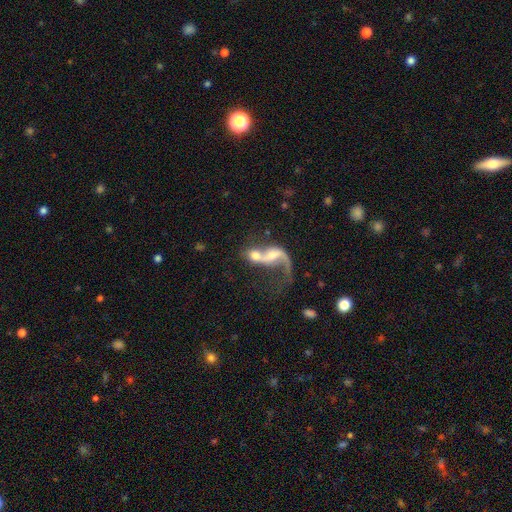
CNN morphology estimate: Smooth or featured?
  - featured or disk: 66% *
  - smooth: 26%
  - star or artifact: 9%
Edge-on disk?
  - no: 95% *
  - yes: 5%
Bar?
  - no: 51% *
  - weak: 33%
  - strong: 15%
Spiral arms?
  - yes: 75% *
  - no: 25%
Bulge size?
  - moderate: 44% *
  - small: 31%
  - large: 11%
  - none: 11%
  - dominant: 3%
Merging?
  - merger: 68% *
  - major disturbance: 15%
  - none: 12%
  - minor disturbance: 5%